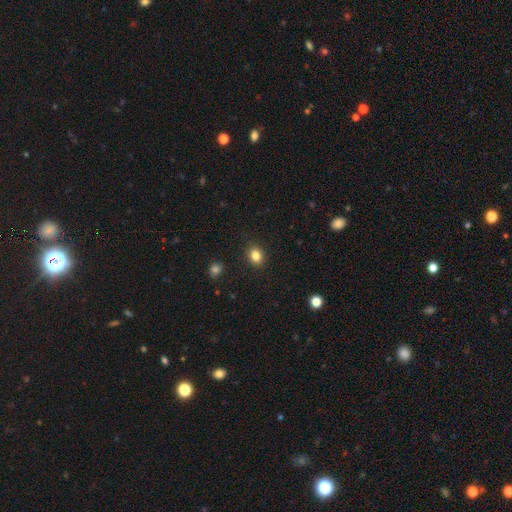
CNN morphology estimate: Overall: smooth (84%). How rounded: in between (53%; round 46%). Merging: none (89%).